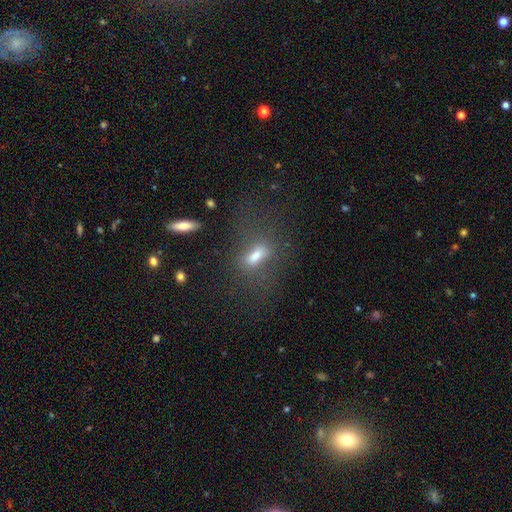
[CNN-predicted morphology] This appears to be a smooth galaxy with no disk features (56%) that is in between round and cigar-shaped (62%). Merging: none (56%).